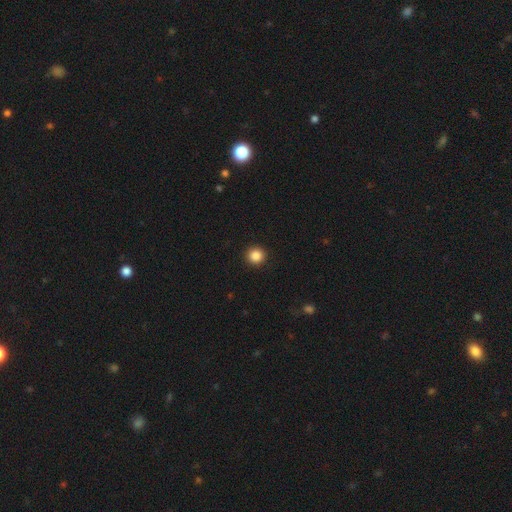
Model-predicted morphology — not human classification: Smooth or featured? smooth (87%)
How rounded? round (95%)
Merging? none (93%)